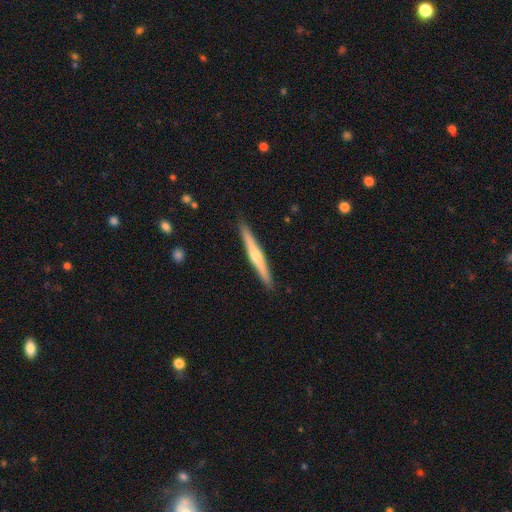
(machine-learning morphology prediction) Smooth or featured?
  - featured or disk: 54% *
  - smooth: 41%
  - star or artifact: 5%
Edge-on disk?
  - yes: 97% *
  - no: 3%
Edge-on bulge?
  - rounded: 65% *
  - none: 26%
  - boxy: 9%
Merging?
  - none: 90% *
  - minor disturbance: 7%
  - major disturbance: 1%
  - merger: 1%